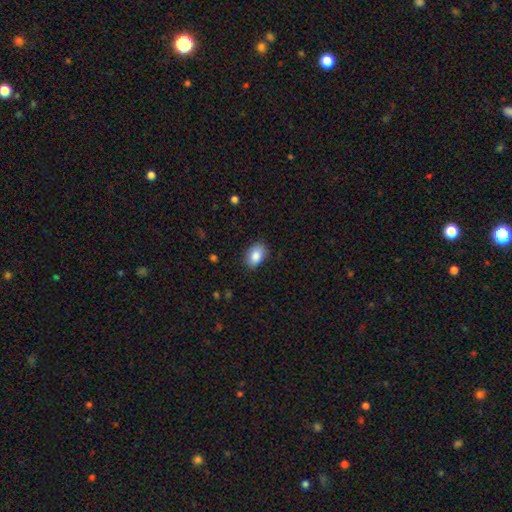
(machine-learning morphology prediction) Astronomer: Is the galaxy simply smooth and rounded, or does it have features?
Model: smooth — 87%.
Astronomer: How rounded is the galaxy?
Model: in between — 86%.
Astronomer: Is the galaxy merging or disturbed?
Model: none — 85%.